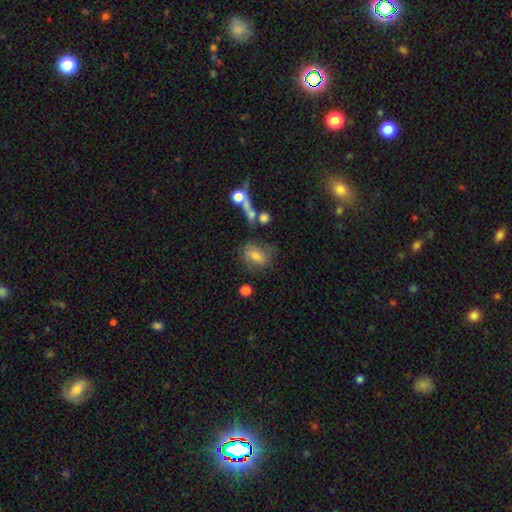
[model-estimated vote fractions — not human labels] A smooth galaxy with no disk features (53%) that is in between round and cigar-shaped (63%).

Vote fractions:
- Smooth or featured? smooth: 53% / featured or disk: 34% / star or artifact: 13%
- How rounded? in between: 63% / round: 33% / cigar-shaped: 4%
- Merging? none: 61% / minor disturbance: 20% / major disturbance: 11% / merger: 8%